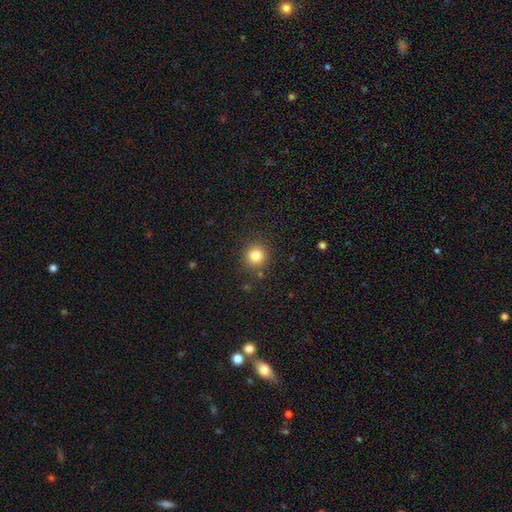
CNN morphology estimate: A smooth galaxy with no disk features (82%) that is round (93%).

Vote fractions:
- Smooth or featured? smooth: 82% / star or artifact: 12% / featured or disk: 6%
- How rounded? round: 93% / in between: 6% / cigar-shaped: 1%
- Merging? none: 88% / minor disturbance: 7% / major disturbance: 3% / merger: 2%